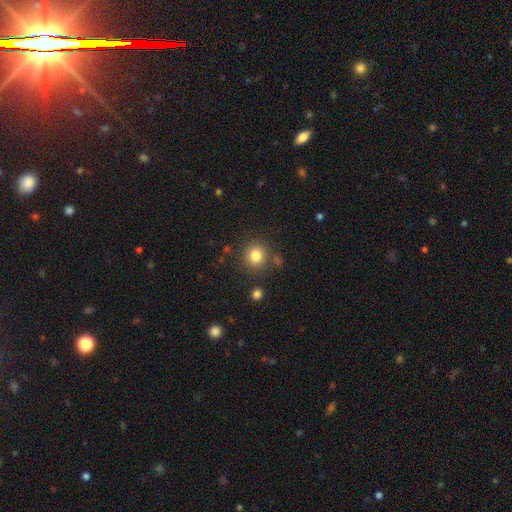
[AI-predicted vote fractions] Smooth or featured? Predicted: smooth (p=0.81). How rounded? Predicted: round (p=0.90). Merging? Predicted: none (p=0.84).